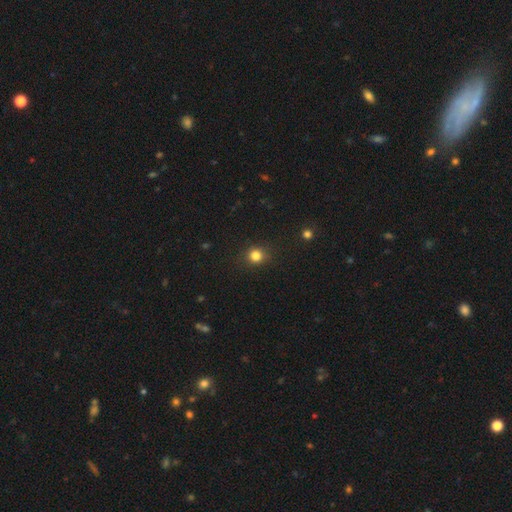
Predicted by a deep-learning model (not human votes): The model was most divided on "smooth or featured": smooth: 83%, star or artifact: 13%, featured or disk: 4%. More confident: how rounded — round (87%); merging — none (87%).